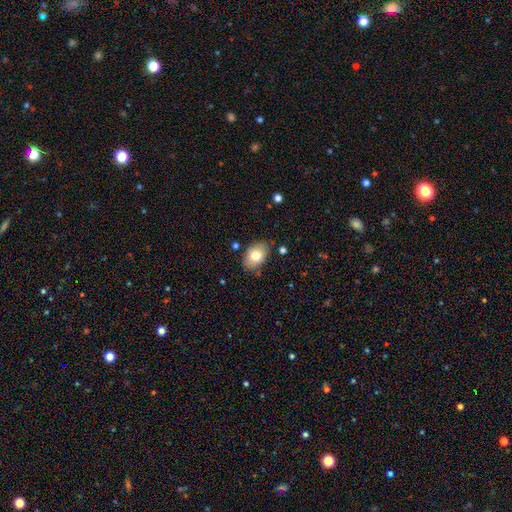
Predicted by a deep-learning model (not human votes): smooth_or_featured: smooth (p=0.77) [alt: featured or disk p=0.16]
how_rounded: in between (p=0.85) [alt: round p=0.14]
merging: none (p=0.80) [alt: minor disturbance p=0.14]